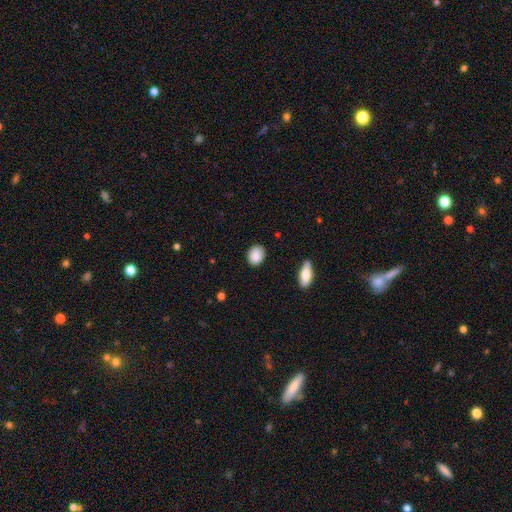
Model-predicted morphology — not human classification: Smooth or featured? smooth (88%)
How rounded? in between (51%)
Merging? none (83%)